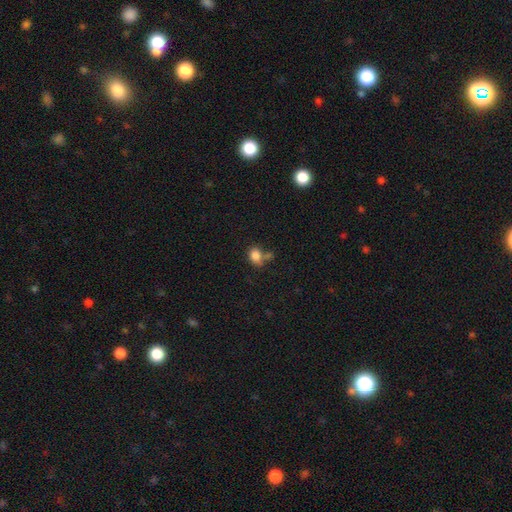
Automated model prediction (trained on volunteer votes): smooth 83%, star or artifact 10%, featured or disk 7%. Down the decision tree: how rounded — in between (60%); merging — none (48%).